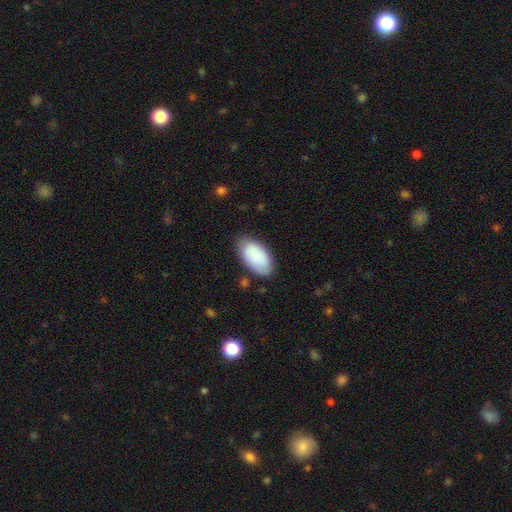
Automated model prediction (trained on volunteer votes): Smooth or featured? smooth (83%)
How rounded? in between (95%)
Merging? none (76%)